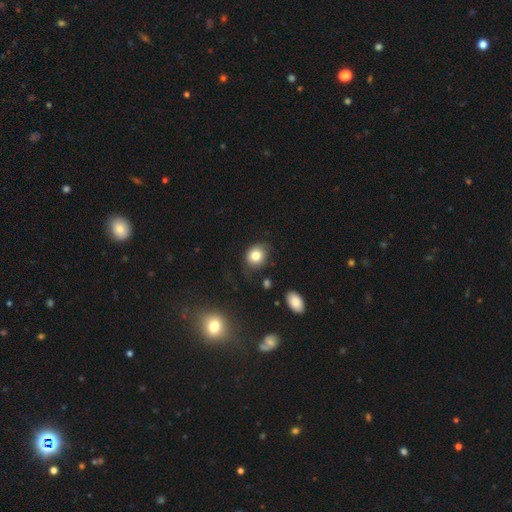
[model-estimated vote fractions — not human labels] Q: Smooth or featured?
A: smooth (81%); runner-up: star or artifact (10%)
Q: How rounded?
A: round (64%); runner-up: in between (35%)
Q: Merging?
A: none (69%); runner-up: minor disturbance (22%)